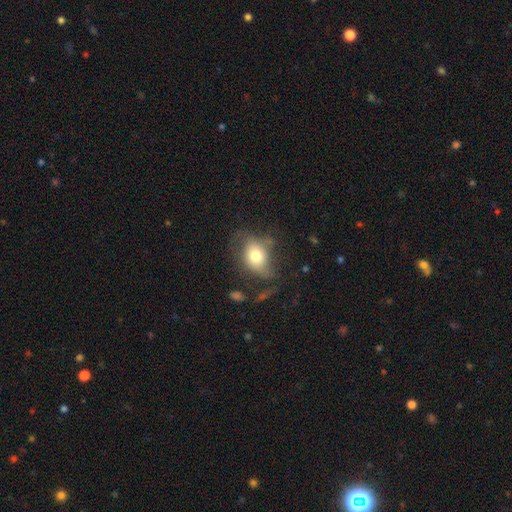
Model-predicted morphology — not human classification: smooth_or_featured: smooth (p=0.68) [alt: featured or disk p=0.22]
how_rounded: in between (p=0.64) [alt: round p=0.34]
merging: none (p=0.45) [alt: minor disturbance p=0.28]